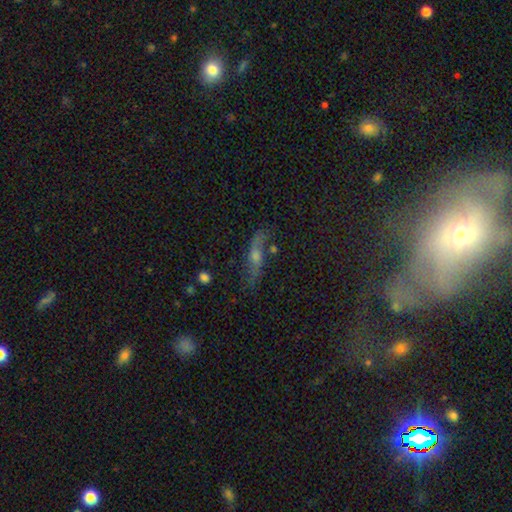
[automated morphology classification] This is possibly a featured or disk galaxy (59%). It is possibly viewed edge-on (51%). Merging: likely none (70%).